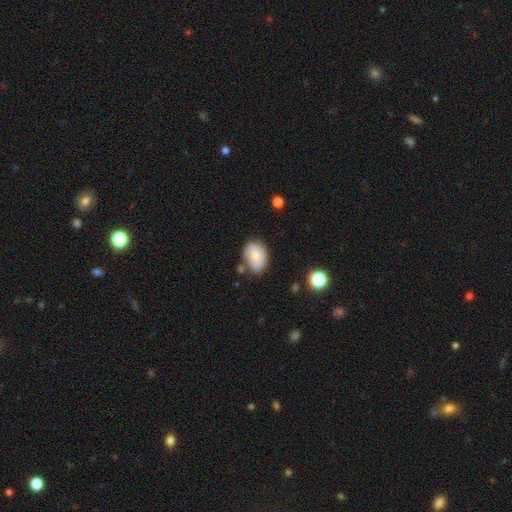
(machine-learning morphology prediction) A smooth galaxy with no disk features (71%) that is in between round and cigar-shaped (77%). Merging: none (63%).